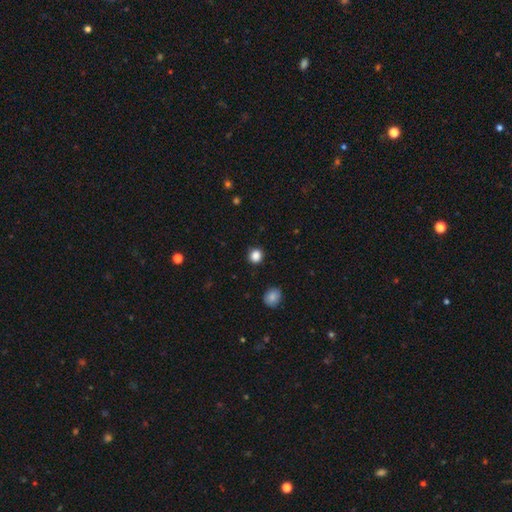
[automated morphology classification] Q: Smooth or featured?
A: smooth (86%); runner-up: star or artifact (11%)
Q: How rounded?
A: round (88%); runner-up: in between (11%)
Q: Merging?
A: none (90%); runner-up: minor disturbance (6%)